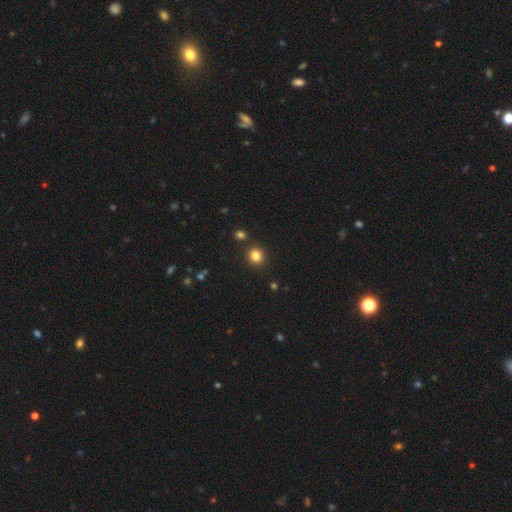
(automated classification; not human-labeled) Morphology: type=smooth (83%); roundness=round (87%); merging=none (88%).